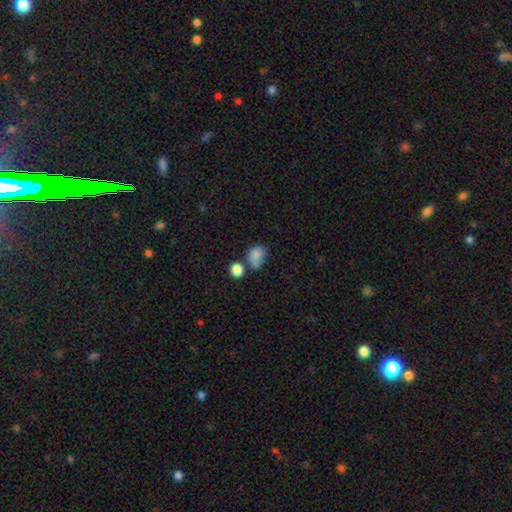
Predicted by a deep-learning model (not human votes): smooth-or-featured: smooth: 81% | star or artifact: 11% | featured or disk: 8%
  how-rounded: in between: 55% | round: 43% | cigar-shaped: 1%
  merging: none: 40% | merger: 27% | minor disturbance: 21% | major disturbance: 11%